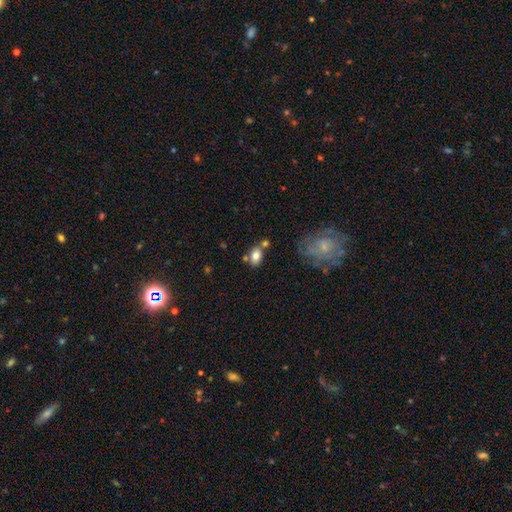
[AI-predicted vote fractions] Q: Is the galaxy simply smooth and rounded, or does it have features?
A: smooth — 80%.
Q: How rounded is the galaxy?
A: in between — 82%.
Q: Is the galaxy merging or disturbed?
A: none — 58%.